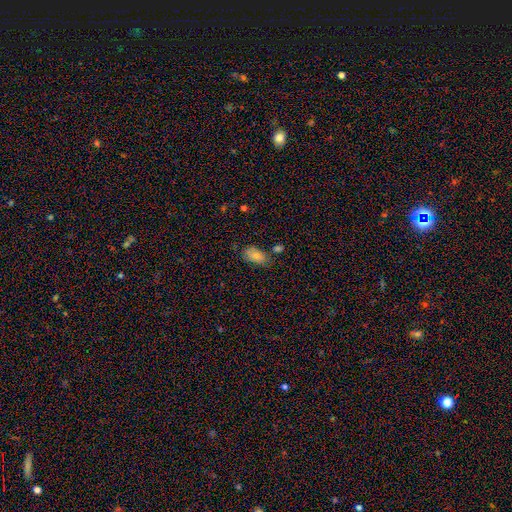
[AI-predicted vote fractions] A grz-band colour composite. It shows a smooth galaxy with no disk features (78%) that is in between round and cigar-shaped (91%). Merging: none (61%).